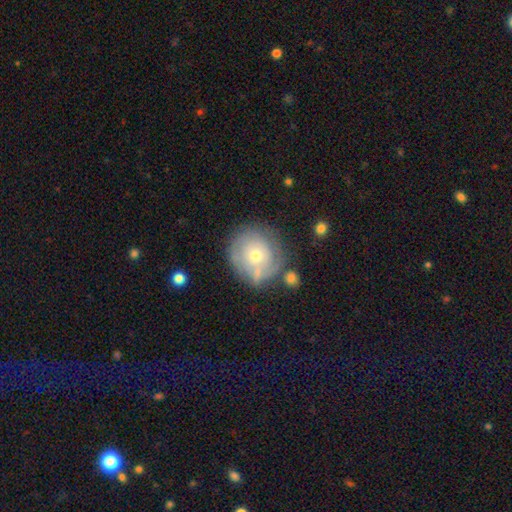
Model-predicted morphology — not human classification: type=featured or disk (49%); merging=none (62%).